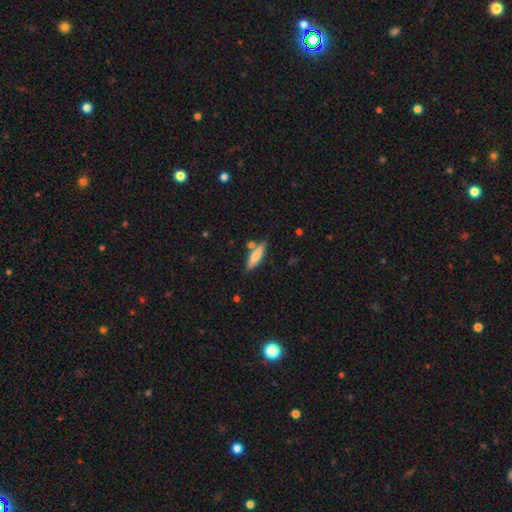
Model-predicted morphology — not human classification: This is likely a smooth galaxy (74%). How rounded: likely cigar-shaped (64%). Merging: likely none (73%).